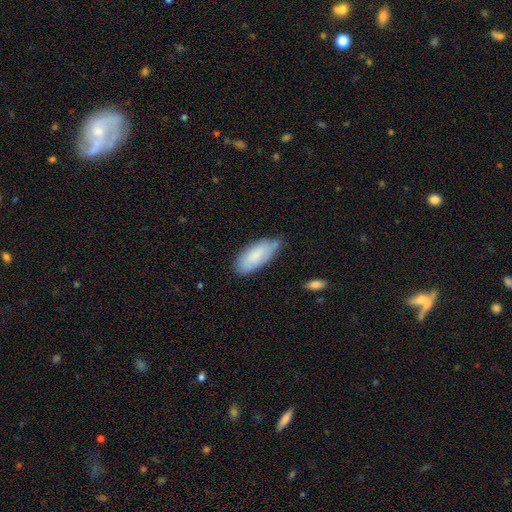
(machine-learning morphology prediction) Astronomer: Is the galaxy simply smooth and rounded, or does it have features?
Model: smooth — 82%.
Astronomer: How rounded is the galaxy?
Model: in between — 82%.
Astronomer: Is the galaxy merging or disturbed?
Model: none — 63%.